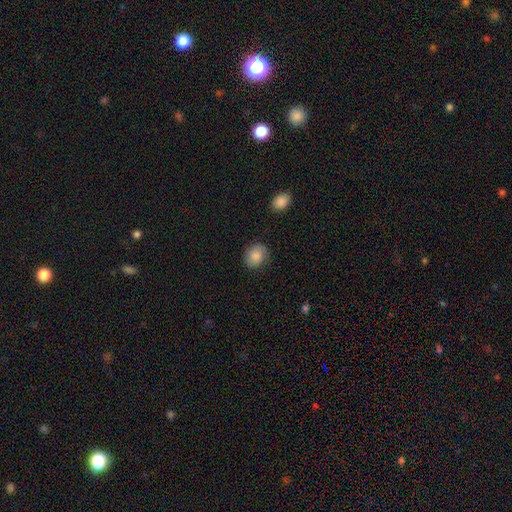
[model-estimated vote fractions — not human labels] Morphology: type=smooth (84%); roundness=round (62%); merging=none (78%).